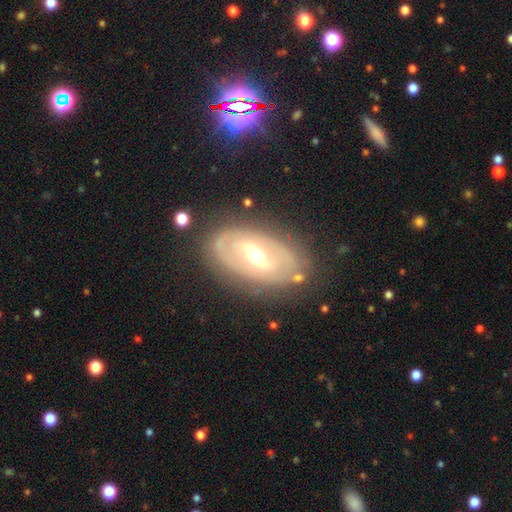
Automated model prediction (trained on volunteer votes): Smooth or featured?
  - featured or disk: 75% *
  - smooth: 19%
  - star or artifact: 6%
Edge-on disk?
  - no: 93% *
  - yes: 7%
Bar?
  - weak: 42% *
  - strong: 33%
  - no: 25%
Spiral arms?
  - yes: 60% *
  - no: 40%
Bulge size?
  - moderate: 70% *
  - small: 20%
  - large: 7%
  - dominant: 1%
  - none: 1%
Merging?
  - none: 78% *
  - minor disturbance: 14%
  - major disturbance: 6%
  - merger: 2%